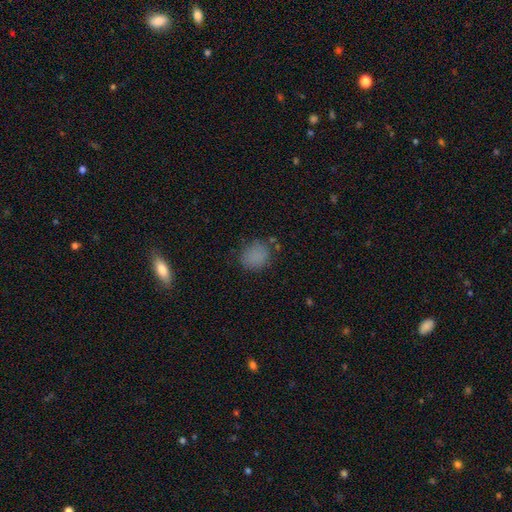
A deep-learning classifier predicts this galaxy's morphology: Smooth or featured?
  - smooth: 81% *
  - star or artifact: 13%
  - featured or disk: 6%
How rounded?
  - round: 68% *
  - in between: 30%
  - cigar-shaped: 1%
Merging?
  - none: 76% *
  - minor disturbance: 16%
  - major disturbance: 5%
  - merger: 3%